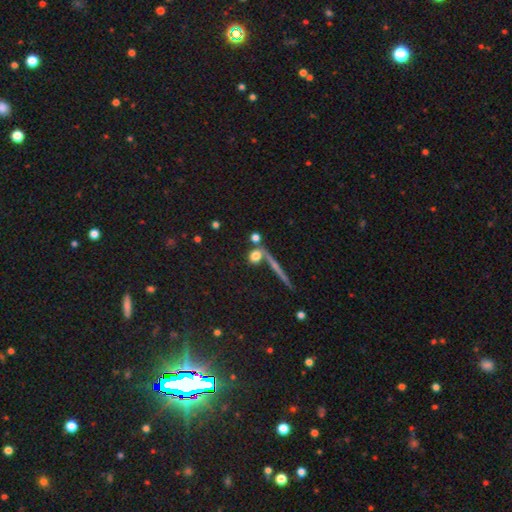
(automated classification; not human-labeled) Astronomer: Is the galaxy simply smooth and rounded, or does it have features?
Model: smooth — 73%.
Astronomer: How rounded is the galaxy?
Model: round — 71%.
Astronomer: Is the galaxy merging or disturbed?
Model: none — 63%.